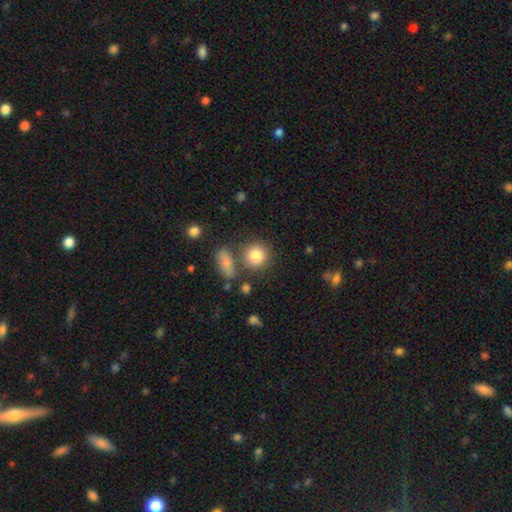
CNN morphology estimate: Smooth or featured? Predicted: smooth (p=0.83). How rounded? Predicted: round (p=0.84). Merging? Predicted: none (p=0.69).